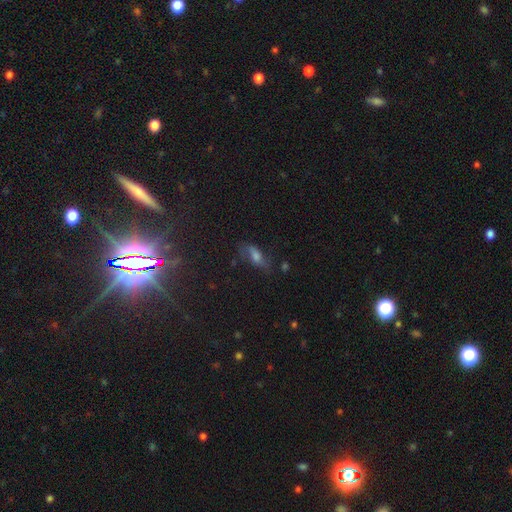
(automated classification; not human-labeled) smooth-or-featured: featured or disk: 42% | smooth: 36% | star or artifact: 22%
  merging: none: 62% | minor disturbance: 22% | major disturbance: 13% | merger: 3%